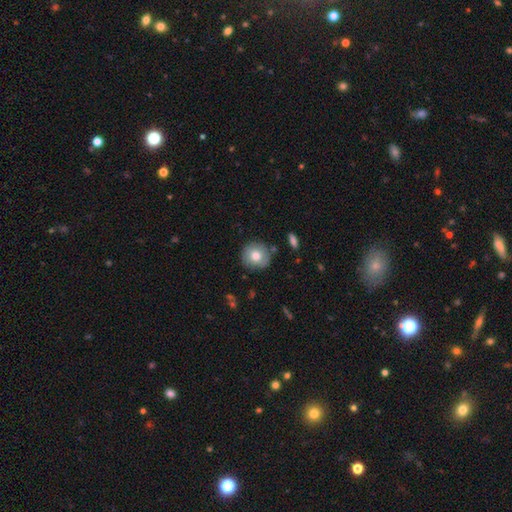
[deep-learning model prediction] Overall: smooth (71%). How rounded: round (89%). Merging: none (81%).